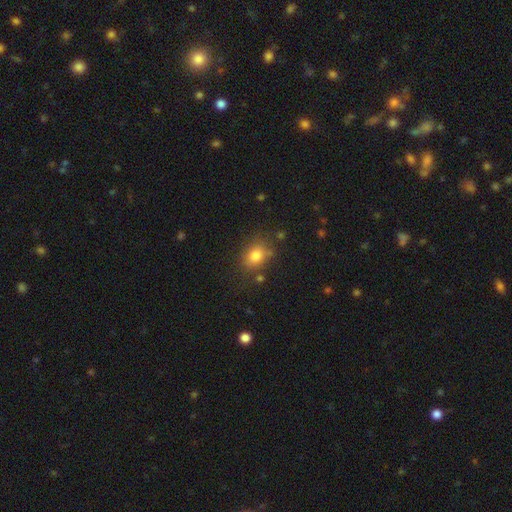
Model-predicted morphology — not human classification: Q: Smooth or featured?
A: smooth (80%); runner-up: star or artifact (11%)
Q: How rounded?
A: in between (59%); runner-up: round (40%)
Q: Merging?
A: none (76%); runner-up: minor disturbance (15%)